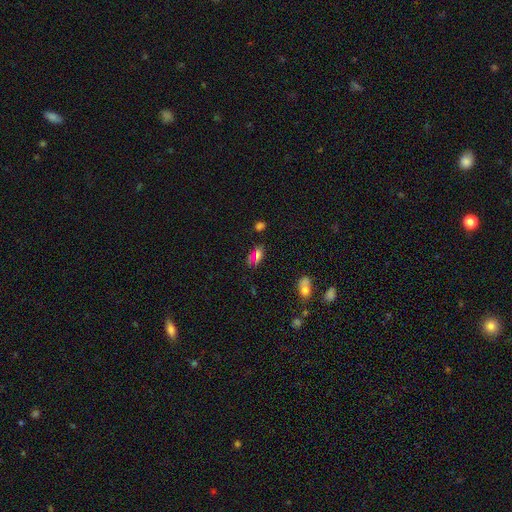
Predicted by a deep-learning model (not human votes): Smooth or featured? smooth (54%)
How rounded? in between (80%)
Merging? none (70%)